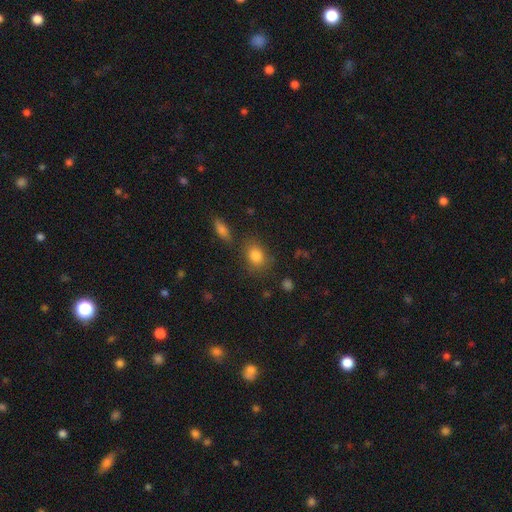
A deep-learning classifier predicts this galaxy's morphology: A smooth galaxy with no disk features (82%) that is in between round and cigar-shaped (59%). Merging: none (75%).